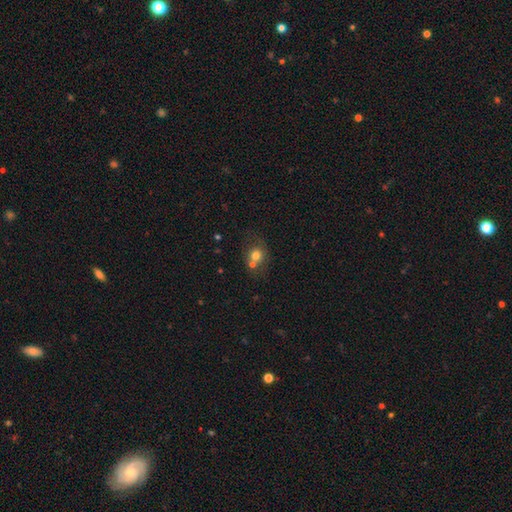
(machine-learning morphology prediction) Smooth or featured? Predicted: smooth (p=0.72). How rounded? Predicted: round (p=0.75). Merging? Predicted: none (p=0.50).